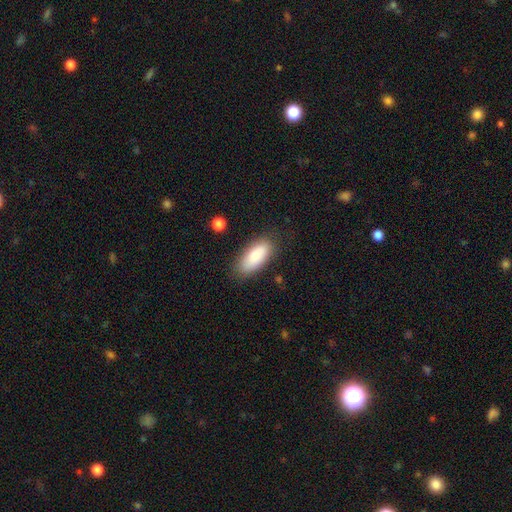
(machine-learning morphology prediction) Smooth or featured?
  - smooth: 82% *
  - featured or disk: 12%
  - star or artifact: 6%
How rounded?
  - in between: 86% *
  - cigar-shaped: 12%
  - round: 2%
Merging?
  - none: 80% *
  - minor disturbance: 14%
  - major disturbance: 4%
  - merger: 2%